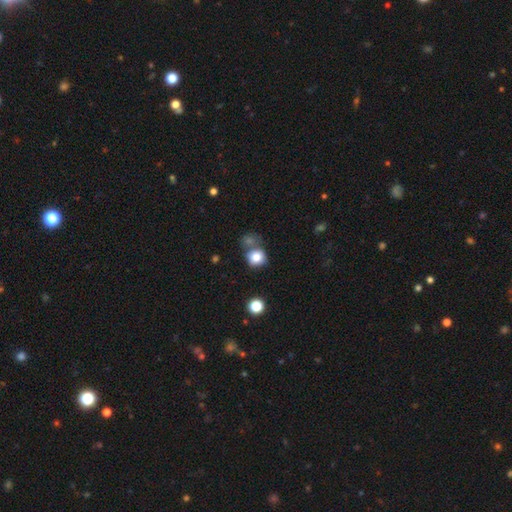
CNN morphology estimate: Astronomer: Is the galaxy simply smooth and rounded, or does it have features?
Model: smooth — 81%.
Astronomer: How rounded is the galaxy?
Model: round — 79%.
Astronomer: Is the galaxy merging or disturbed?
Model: none — 55%.